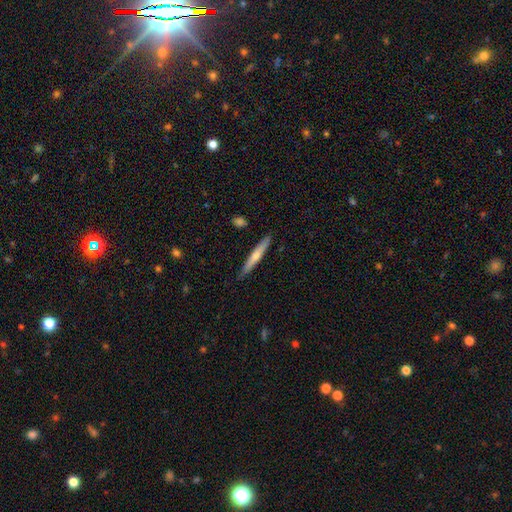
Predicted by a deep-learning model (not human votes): This is possibly a featured or disk galaxy (56%). It is clearly viewed edge-on (96%). Edge-on bulge: likely rounded (75%). Merging: clearly none (90%).